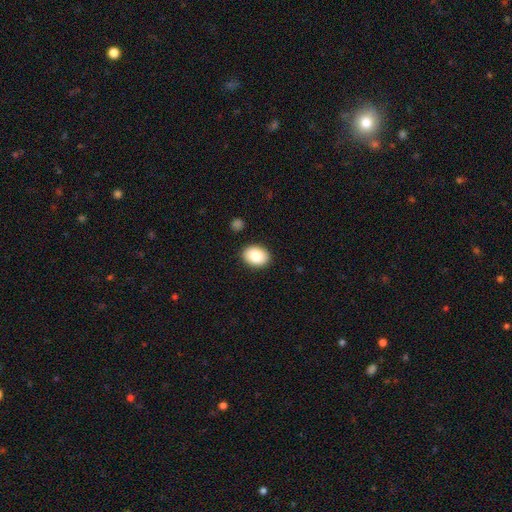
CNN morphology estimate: This is clearly a smooth galaxy (85%). How rounded: likely in between (70%). Merging: clearly none (89%).